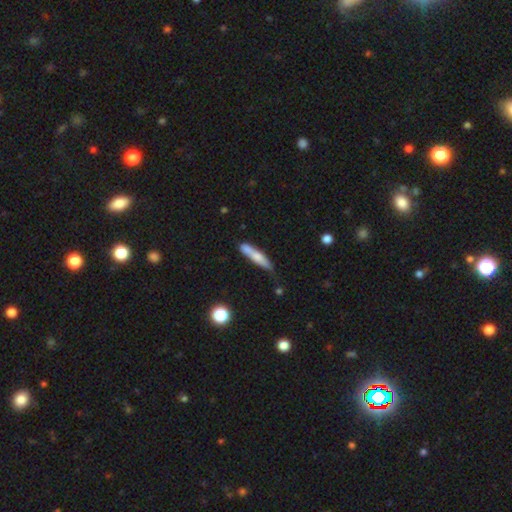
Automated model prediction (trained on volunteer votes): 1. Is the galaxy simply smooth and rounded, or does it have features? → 65% smooth, 29% featured or disk, 6% star or artifact.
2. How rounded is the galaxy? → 86% cigar-shaped, 12% in between, 2% round.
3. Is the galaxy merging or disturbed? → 57% none, 27% minor disturbance, 9% merger, 7% major disturbance.